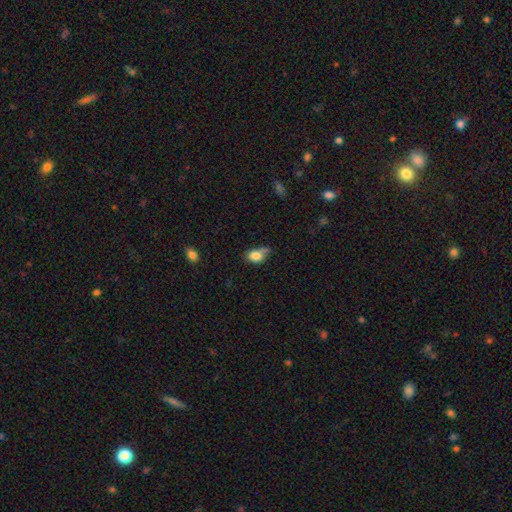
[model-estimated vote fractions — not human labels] smooth_or_featured: smooth (p=0.82) [alt: featured or disk p=0.09]
how_rounded: in between (p=0.75) [alt: round p=0.23]
merging: none (p=0.40) [alt: minor disturbance p=0.34]